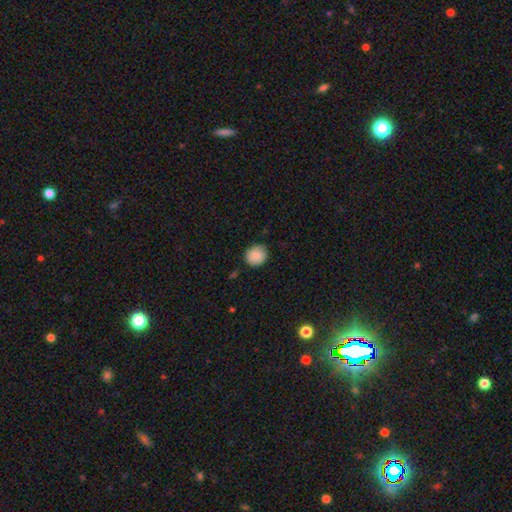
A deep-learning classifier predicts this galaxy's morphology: The model was most divided on "merging": none: 81%, minor disturbance: 15%, major disturbance: 3%, merger: 1%. More confident: smooth or featured — smooth (87%); how rounded — round (84%).